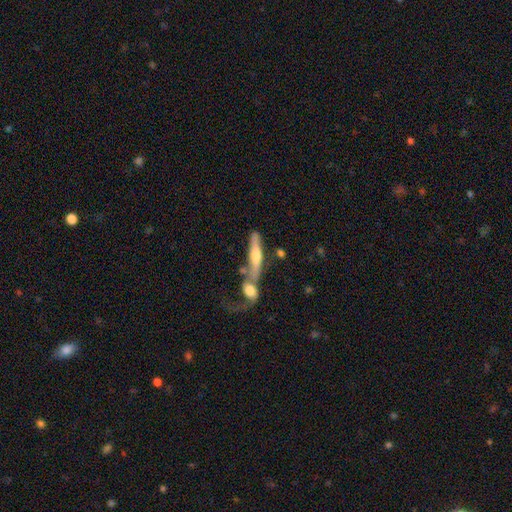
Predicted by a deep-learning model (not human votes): Overall: featured or disk (61%; smooth 31%). Edge-on disk: yes (82%). Merging: merger (44%; none 34%).